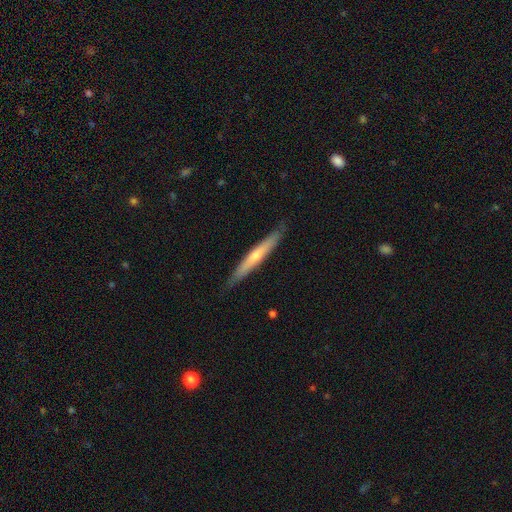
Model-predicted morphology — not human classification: Overall: featured or disk (50%; smooth 45%). Merging: none (87%).